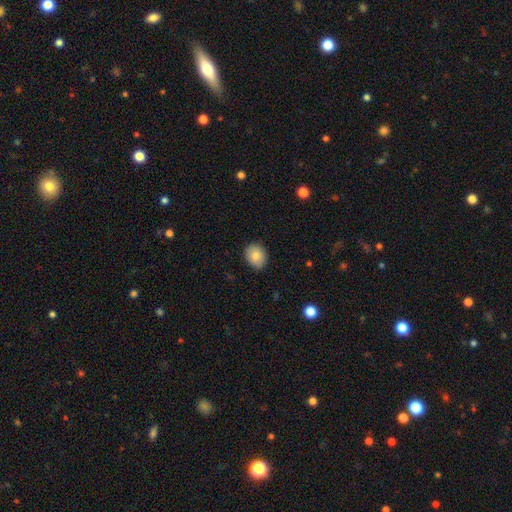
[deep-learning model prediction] Q: Smooth or featured?
A: smooth (83%); runner-up: featured or disk (9%)
Q: How rounded?
A: round (59%); runner-up: in between (40%)
Q: Merging?
A: none (86%); runner-up: minor disturbance (11%)